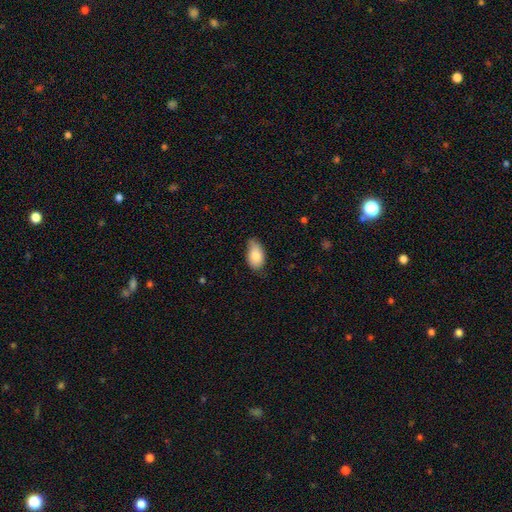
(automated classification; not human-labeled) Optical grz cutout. It shows a smooth galaxy with no disk features (84%) that is in between round and cigar-shaped (93%). Merging: none (56%).